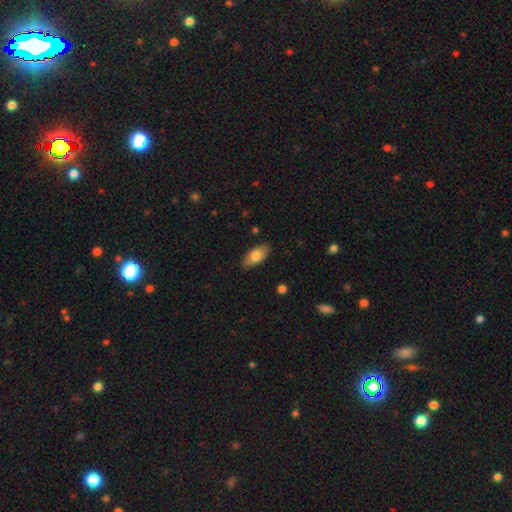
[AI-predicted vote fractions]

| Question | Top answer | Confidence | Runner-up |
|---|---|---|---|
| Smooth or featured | smooth | 77% | featured or disk (16%) |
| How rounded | in between | 90% | cigar-shaped (7%) |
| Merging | none | 86% | minor disturbance (11%) |